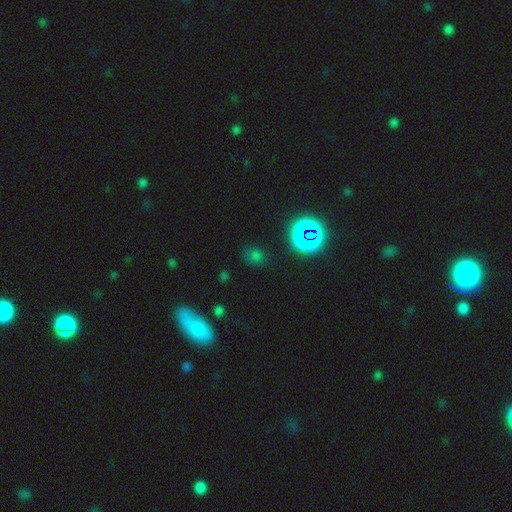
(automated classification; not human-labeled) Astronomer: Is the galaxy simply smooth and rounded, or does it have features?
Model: smooth — 54% (runner-up: star or artifact, 39%).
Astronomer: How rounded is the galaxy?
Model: round — 70%.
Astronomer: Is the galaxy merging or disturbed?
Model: none — 80%.